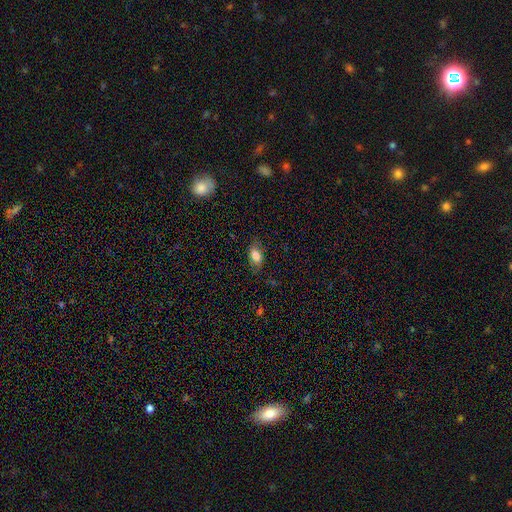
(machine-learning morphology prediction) This appears to be a smooth galaxy with no disk features (80%) that is in between round and cigar-shaped (88%). Merging: none (80%).